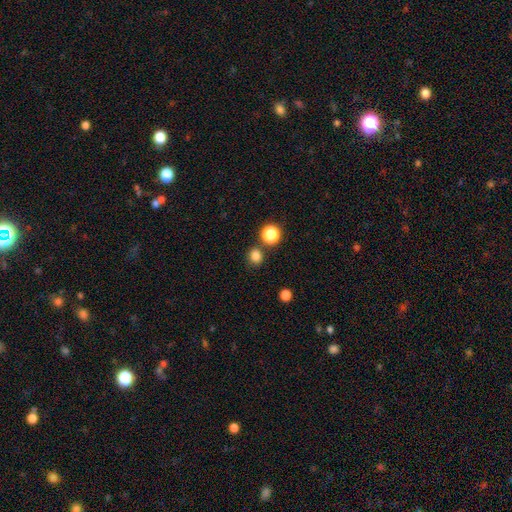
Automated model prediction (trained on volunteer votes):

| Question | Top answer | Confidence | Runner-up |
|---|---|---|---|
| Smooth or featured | smooth | 81% | star or artifact (15%) |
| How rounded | round | 80% | in between (19%) |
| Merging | none | 78% | merger (10%) |